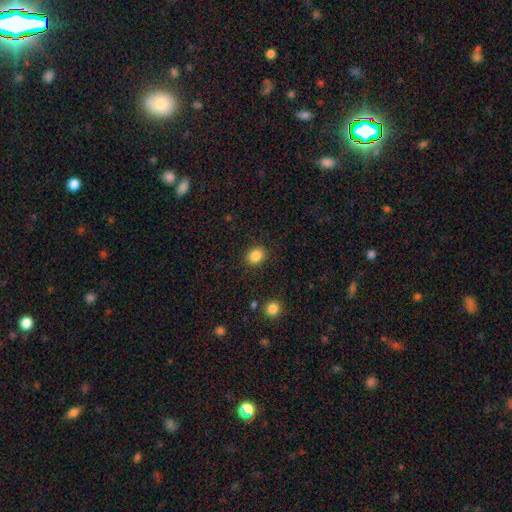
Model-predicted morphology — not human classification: A smooth galaxy with no disk features (85%) that is round (64%).

Vote fractions:
- Smooth or featured? smooth: 85% / star or artifact: 10% / featured or disk: 5%
- How rounded? round: 64% / in between: 35% / cigar-shaped: 1%
- Merging? none: 88% / minor disturbance: 8% / major disturbance: 3% / merger: 1%